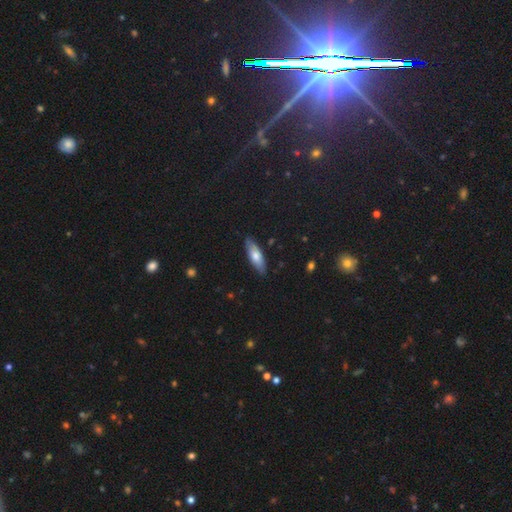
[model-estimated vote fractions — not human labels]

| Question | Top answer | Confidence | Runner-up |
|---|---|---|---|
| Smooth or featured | smooth | 67% | featured or disk (27%) |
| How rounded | in between | 56% | cigar-shaped (42%) |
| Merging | none | 86% | minor disturbance (11%) |